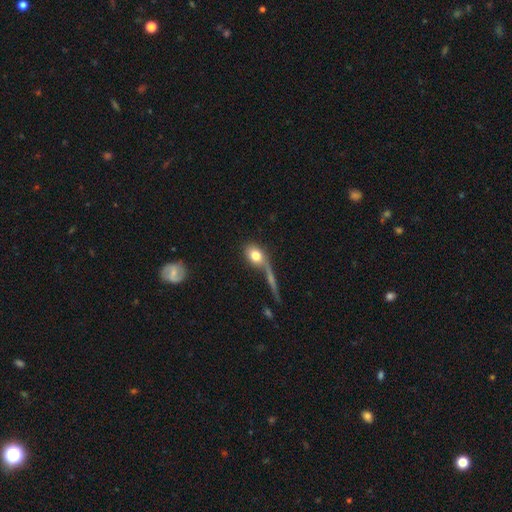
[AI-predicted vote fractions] smooth_or_featured: smooth (p=0.75) [alt: featured or disk p=0.16]
how_rounded: in between (p=0.57) [alt: round p=0.38]
merging: none (p=0.42) [alt: merger p=0.26]